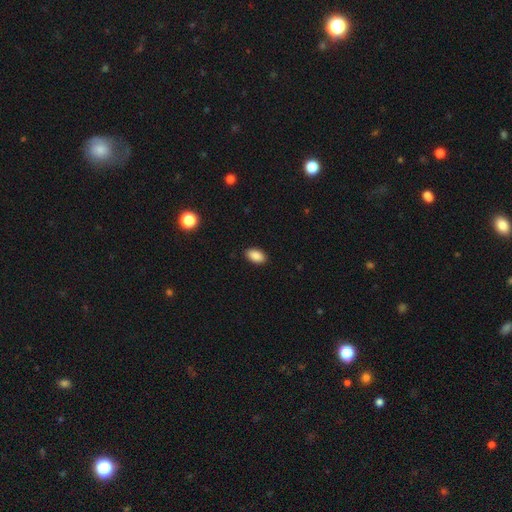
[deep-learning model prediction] Smooth or featured? smooth (89%)
How rounded? in between (93%)
Merging? none (89%)